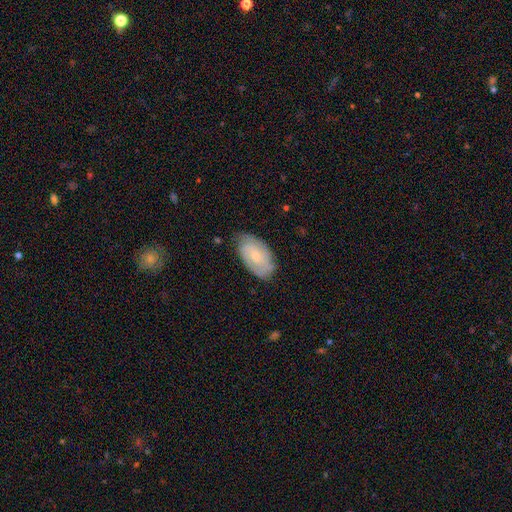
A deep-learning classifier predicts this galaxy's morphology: A featured or disk galaxy (54%) with no bar (59%), spiral arms (81%) and a small central bulge (65%).

Vote fractions:
- Smooth or featured? featured or disk: 54% / smooth: 39% / star or artifact: 6%
- Edge-on disk? no: 94% / yes: 6%
- Bar? no: 59% / weak: 34% / strong: 6%
- Spiral arms? yes: 81% / no: 19%
- Bulge size? small: 65% / moderate: 30% / none: 3% / large: 1% / dominant: 1%
- Merging? none: 74% / minor disturbance: 21% / major disturbance: 4% / merger: 1%